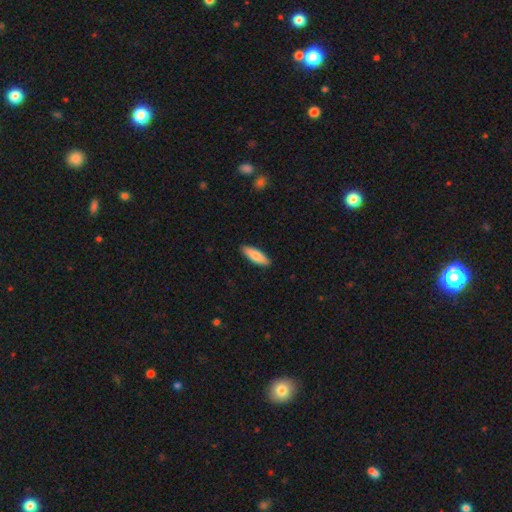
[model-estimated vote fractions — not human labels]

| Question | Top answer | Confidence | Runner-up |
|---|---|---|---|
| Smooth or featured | smooth | 83% | featured or disk (12%) |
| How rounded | cigar-shaped | 51% | in between (48%) |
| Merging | none | 89% | minor disturbance (8%) |